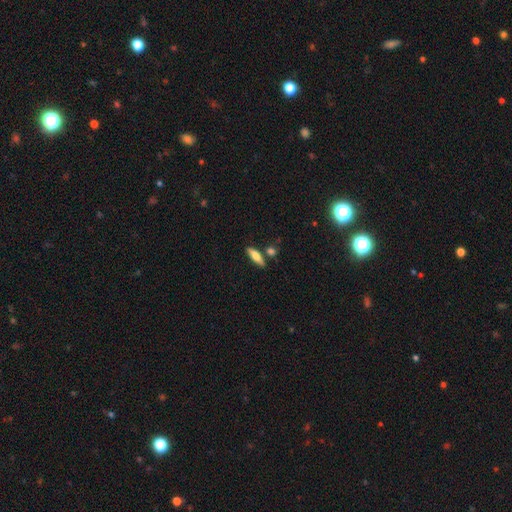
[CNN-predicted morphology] Smooth or featured: smooth — 68% (featured or disk — 26%)
How rounded: cigar-shaped — 51% (in between — 46%)
Merging: none — 76% (minor disturbance — 12%)